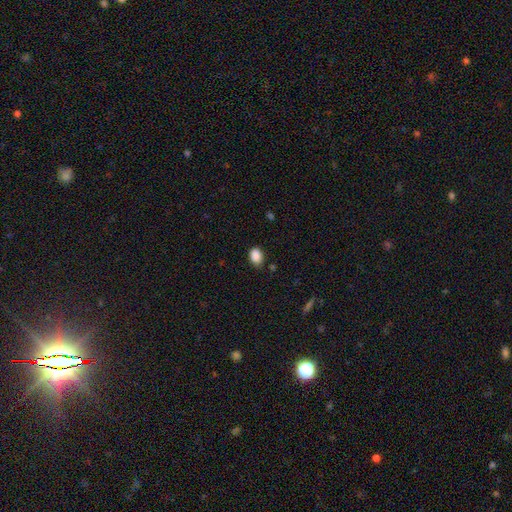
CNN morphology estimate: A smooth galaxy with no disk features (88%) that is in between round and cigar-shaped (76%).

Vote fractions:
- Smooth or featured? smooth: 88% / star or artifact: 9% / featured or disk: 3%
- How rounded? in between: 76% / round: 23% / cigar-shaped: 1%
- Merging? none: 82% / minor disturbance: 14% / major disturbance: 3% / merger: 2%